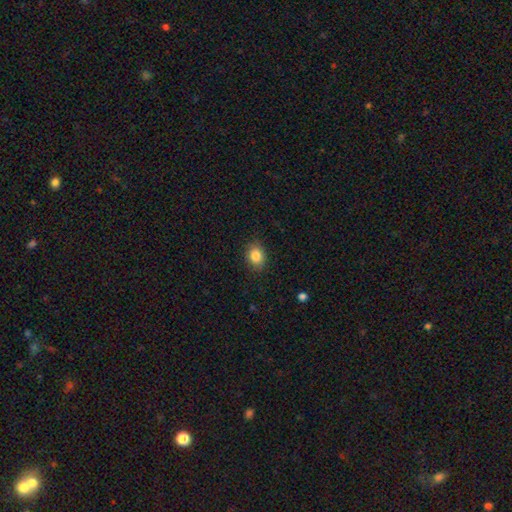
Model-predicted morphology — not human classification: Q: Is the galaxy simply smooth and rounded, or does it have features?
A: smooth — 85%.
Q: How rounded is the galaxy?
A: in between — 54%.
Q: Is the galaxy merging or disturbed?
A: none — 86%.